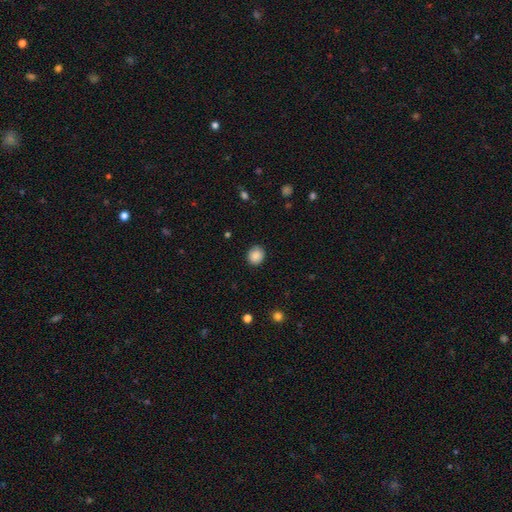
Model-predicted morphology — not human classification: smooth 87%, star or artifact 9%, featured or disk 4%. Down the decision tree: how rounded — round (81%); merging — none (89%).